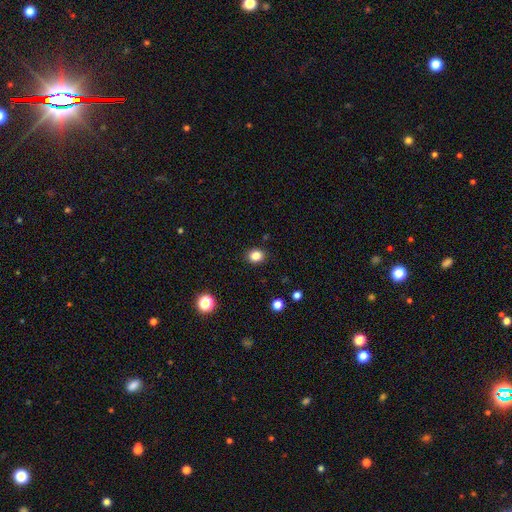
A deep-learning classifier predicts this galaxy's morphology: smooth-or-featured: smooth: 84% | star or artifact: 12% | featured or disk: 4%
  how-rounded: round: 65% | in between: 34% | cigar-shaped: 1%
  merging: none: 90% | minor disturbance: 7% | major disturbance: 2% | merger: 1%